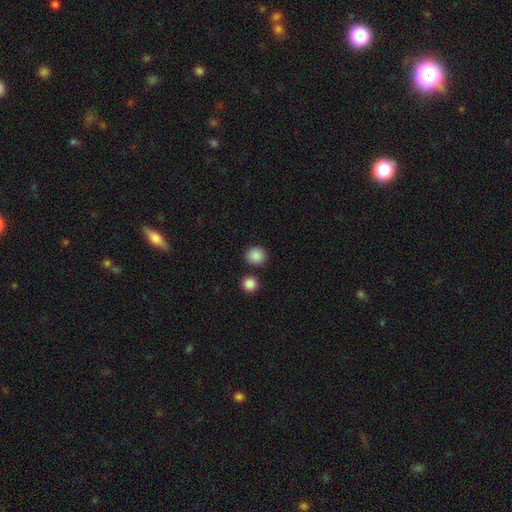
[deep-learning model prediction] Smooth or featured?
  - smooth: 88% *
  - star or artifact: 9%
  - featured or disk: 3%
How rounded?
  - round: 80% *
  - in between: 19%
  - cigar-shaped: 1%
Merging?
  - none: 82% *
  - minor disturbance: 9%
  - merger: 7%
  - major disturbance: 3%